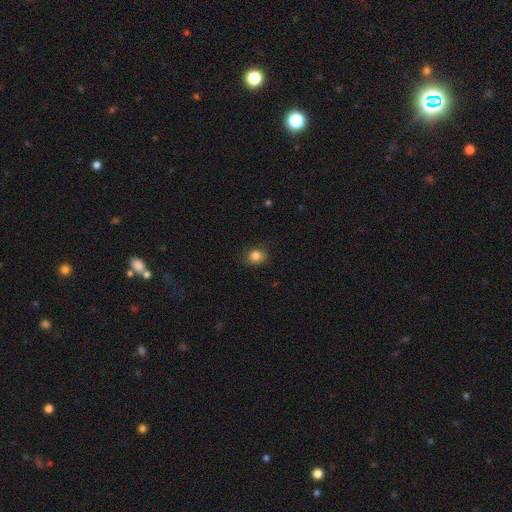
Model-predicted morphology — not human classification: smooth-or-featured: smooth: 84% | star or artifact: 10% | featured or disk: 5%
  how-rounded: round: 57% | in between: 42% | cigar-shaped: 1%
  merging: none: 82% | minor disturbance: 14% | major disturbance: 3% | merger: 1%